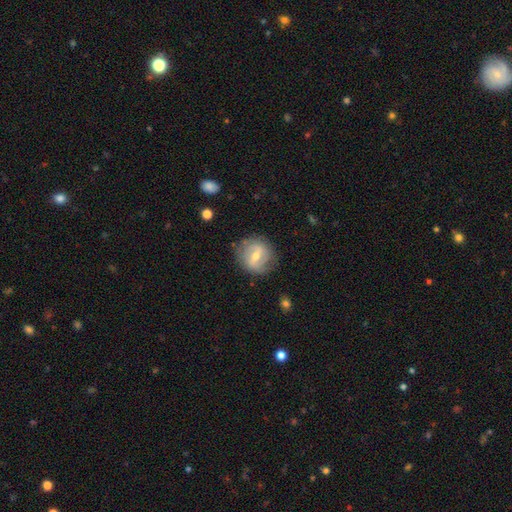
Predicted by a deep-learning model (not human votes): smooth_or_featured: featured or disk (p=0.62) [alt: smooth p=0.31]
disk_edge_on: no (p=0.95) [alt: yes p=0.05]
bar: weak (p=0.47) [alt: strong p=0.39]
has_spiral_arms: yes (p=0.62) [alt: no p=0.38]
bulge_size: moderate (p=0.55) [alt: small p=0.39]
merging: none (p=0.78) [alt: minor disturbance p=0.15]